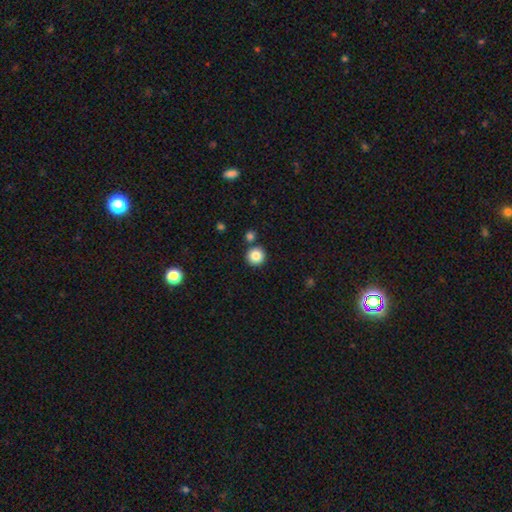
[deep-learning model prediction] smooth_or_featured: smooth (p=0.85) [alt: star or artifact p=0.10]
how_rounded: round (p=0.95) [alt: in between p=0.05]
merging: none (p=0.84) [alt: merger p=0.08]